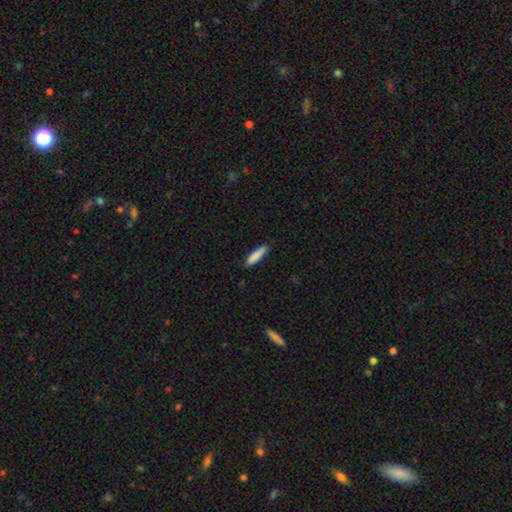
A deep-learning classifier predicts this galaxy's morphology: smooth-or-featured: smooth: 86% | featured or disk: 8% | star or artifact: 6%
  how-rounded: cigar-shaped: 80% | in between: 19% | round: 1%
  merging: none: 86% | minor disturbance: 11% | major disturbance: 2% | merger: 1%